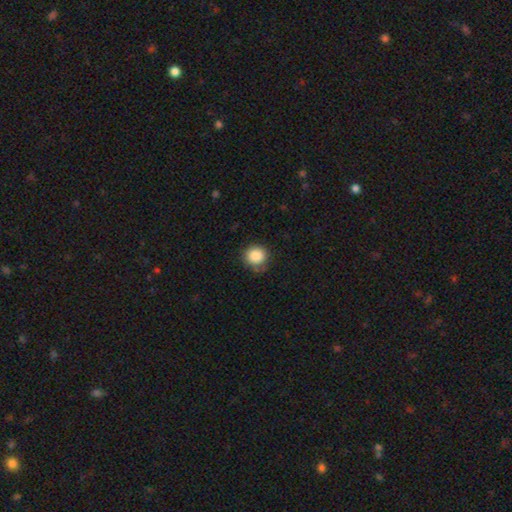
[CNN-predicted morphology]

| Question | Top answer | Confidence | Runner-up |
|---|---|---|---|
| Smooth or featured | smooth | 87% | star or artifact (9%) |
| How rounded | round | 90% | in between (9%) |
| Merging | none | 74% | minor disturbance (20%) |